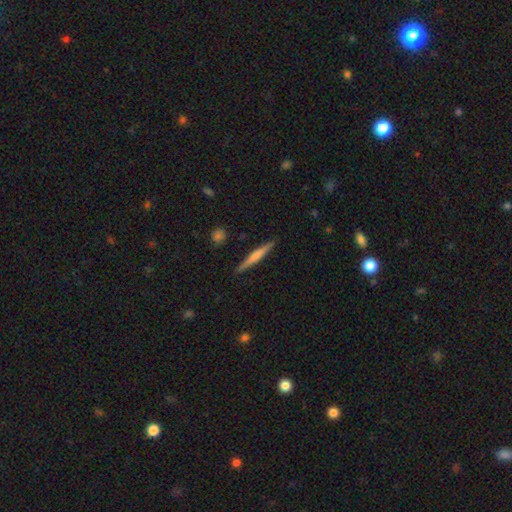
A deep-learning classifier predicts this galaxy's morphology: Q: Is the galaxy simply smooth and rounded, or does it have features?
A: featured or disk — 56%.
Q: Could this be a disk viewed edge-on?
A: yes — 97%.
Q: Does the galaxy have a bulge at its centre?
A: rounded — 62%.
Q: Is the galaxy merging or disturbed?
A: none — 91%.